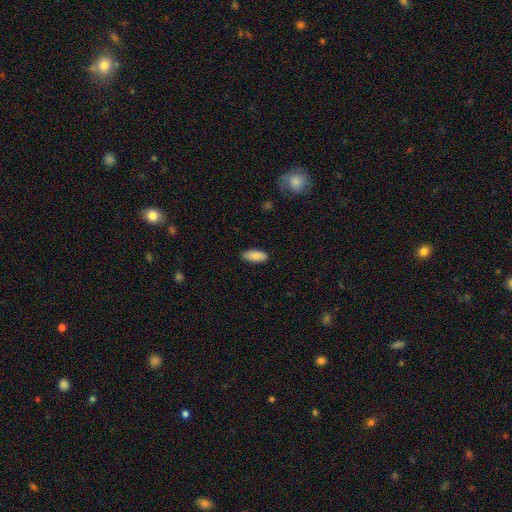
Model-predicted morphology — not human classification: Smooth or featured? Predicted: smooth (p=0.88). How rounded? Predicted: in between (p=0.86). Merging? Predicted: none (p=0.86).